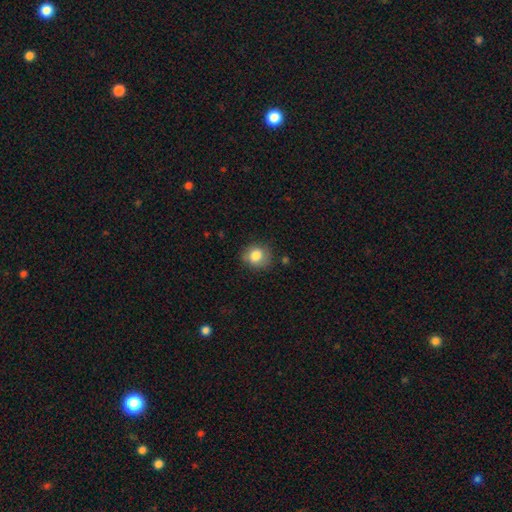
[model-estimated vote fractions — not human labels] This is clearly a smooth galaxy (82%). How rounded: likely round (74%). Merging: likely none (75%).